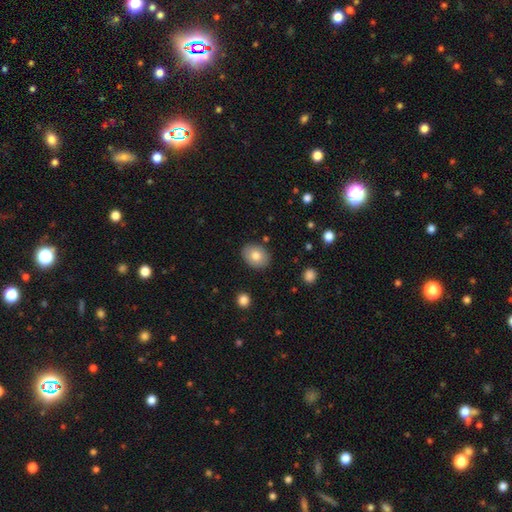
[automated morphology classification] Smooth or featured?
  - smooth: 78% *
  - featured or disk: 14%
  - star or artifact: 8%
How rounded?
  - in between: 62% *
  - round: 37%
  - cigar-shaped: 1%
Merging?
  - none: 87% *
  - minor disturbance: 10%
  - major disturbance: 2%
  - merger: 2%